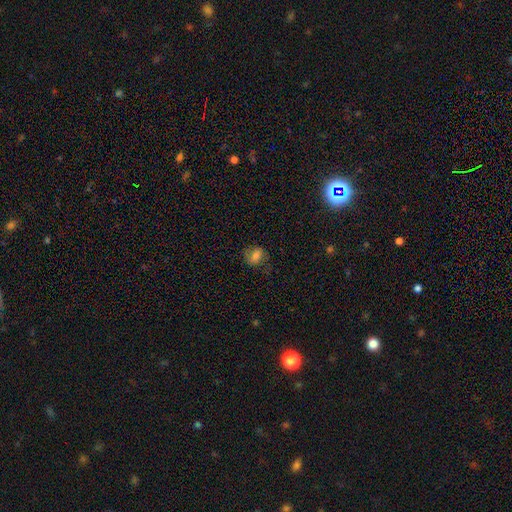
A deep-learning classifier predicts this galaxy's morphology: A smooth galaxy with no disk features (69%) that is in between round and cigar-shaped (60%).

Vote fractions:
- Smooth or featured? smooth: 69% / featured or disk: 19% / star or artifact: 12%
- How rounded? in between: 60% / round: 38% / cigar-shaped: 2%
- Merging? none: 67% / minor disturbance: 21% / major disturbance: 11% / merger: 1%